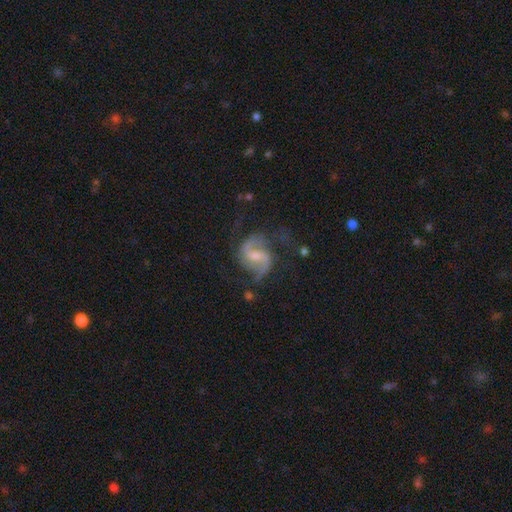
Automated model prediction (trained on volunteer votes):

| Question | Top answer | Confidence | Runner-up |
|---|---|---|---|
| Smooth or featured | featured or disk | 86% | smooth (8%) |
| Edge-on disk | no | 98% | yes (2%) |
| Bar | weak | 55% | strong (24%) |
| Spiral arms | yes | 96% | no (4%) |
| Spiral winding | medium | 48% | loose (40%) |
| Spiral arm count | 2 | 89% | can't tell (4%) |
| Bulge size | small | 44% | moderate (43%) |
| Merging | none | 62% | minor disturbance (20%) |